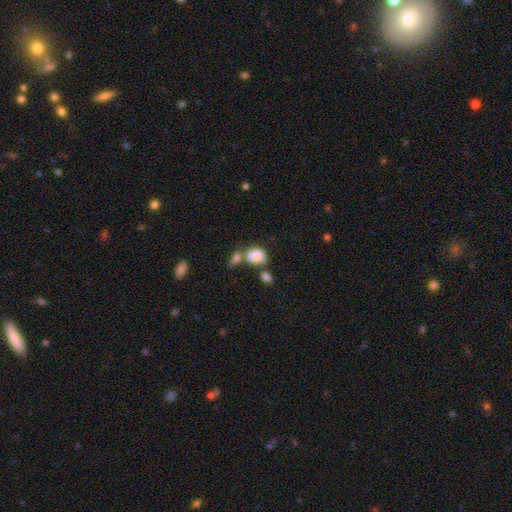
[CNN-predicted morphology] type=smooth (78%); roundness=in between (60%); merging=merger (38%).